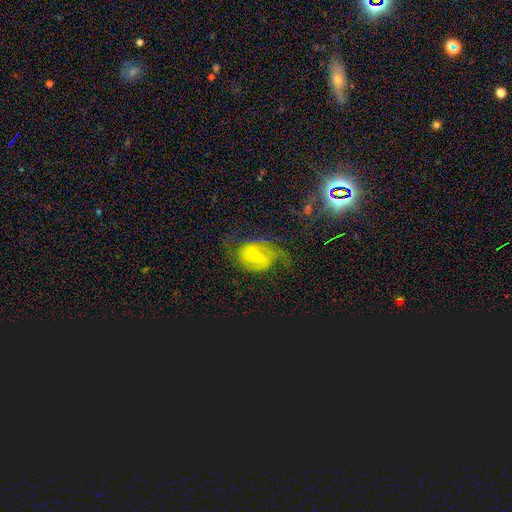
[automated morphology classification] Smooth or featured? featured or disk (70%)
Edge-on disk? no (96%)
Bar? weak (49%)
Spiral arms? yes (86%)
Spiral winding? medium (45%)
Spiral arm count? 2 (68%)
Bulge size? small (62%)
Merging? none (49%)